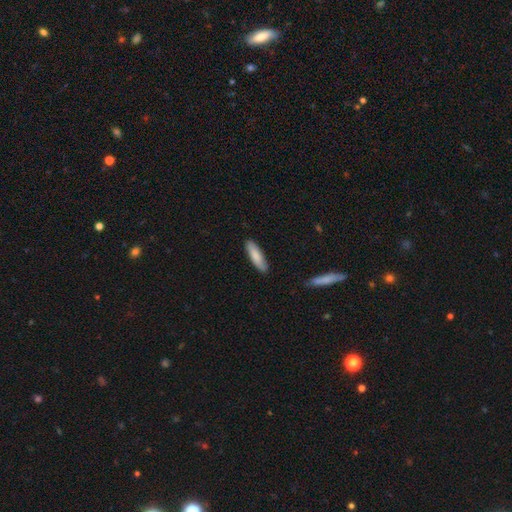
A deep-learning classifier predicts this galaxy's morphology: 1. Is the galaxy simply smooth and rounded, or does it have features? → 83% smooth, 11% featured or disk, 5% star or artifact.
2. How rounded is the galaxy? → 60% cigar-shaped, 39% in between, 1% round.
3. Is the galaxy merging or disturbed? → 87% none, 10% minor disturbance, 2% major disturbance, 1% merger.